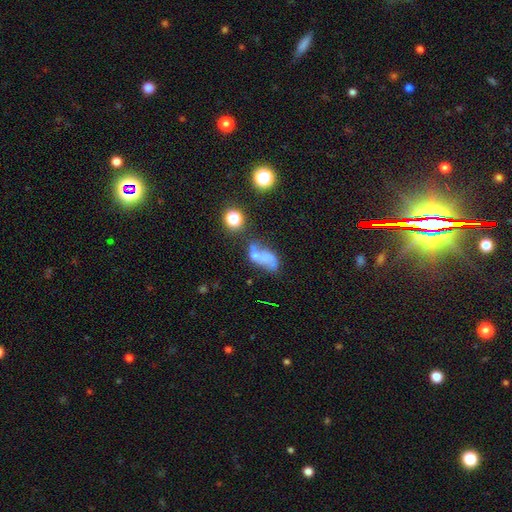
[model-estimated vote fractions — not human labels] This is marginally a smooth galaxy (42%). Merging: marginally merger (35%).